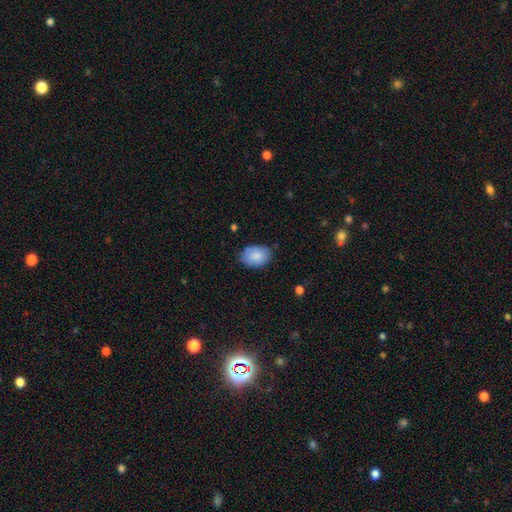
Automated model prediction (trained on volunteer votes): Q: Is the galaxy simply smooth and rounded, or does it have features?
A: smooth — 84%.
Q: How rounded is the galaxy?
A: in between — 82%.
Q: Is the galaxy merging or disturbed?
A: none — 74%.